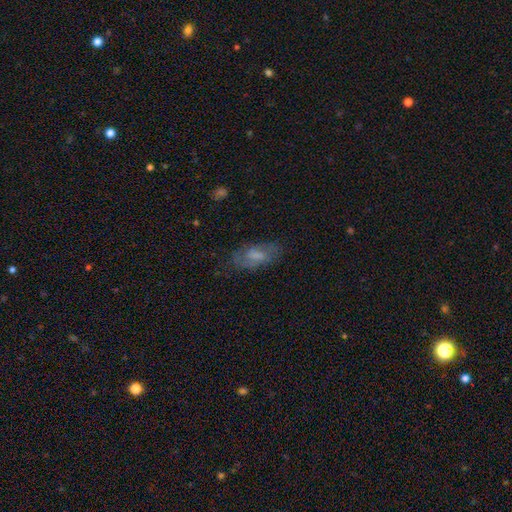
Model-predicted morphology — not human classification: Smooth or featured? smooth (47%)
Merging? none (68%)